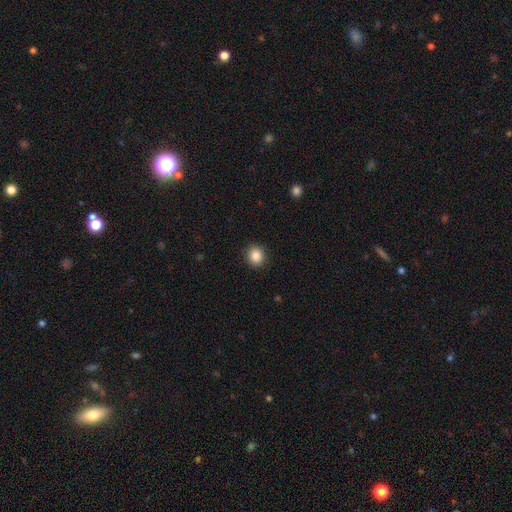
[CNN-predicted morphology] The model was most divided on "how rounded": round: 80%, in between: 19%, cigar-shaped: 1%. More confident: merging — none (90%); smooth or featured — smooth (86%).